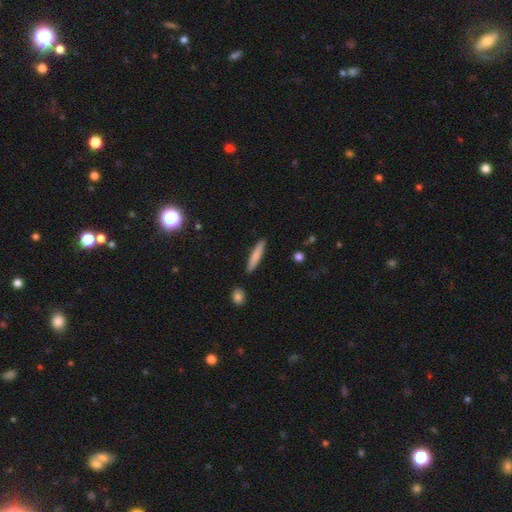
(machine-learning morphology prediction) A smooth galaxy with no disk features (79%) that is cigar-shaped (91%). Merging: none (90%).